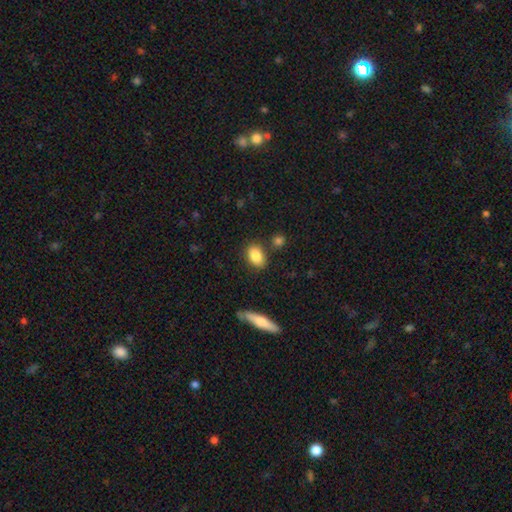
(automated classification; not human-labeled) Smooth or featured?
  - smooth: 86% *
  - star or artifact: 8%
  - featured or disk: 7%
How rounded?
  - in between: 81% *
  - round: 16%
  - cigar-shaped: 2%
Merging?
  - none: 79% *
  - minor disturbance: 12%
  - merger: 6%
  - major disturbance: 3%